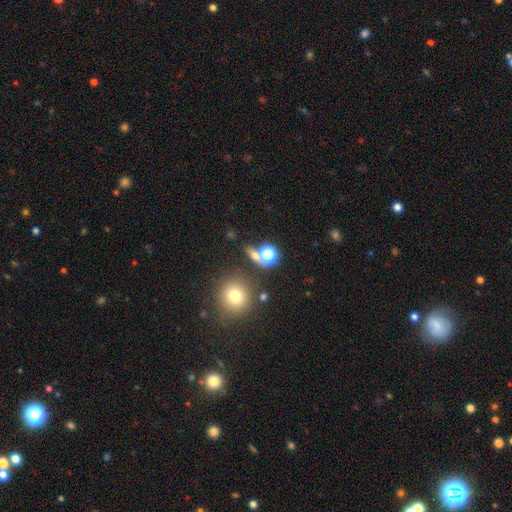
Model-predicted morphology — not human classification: This is possibly a smooth galaxy (54%). How rounded: likely round (67%). Merging: likely none (67%).